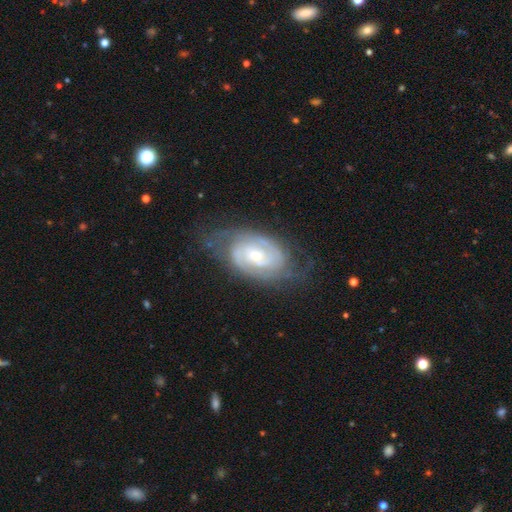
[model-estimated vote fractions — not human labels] A featured or disk galaxy (87%) with no bar (53%), 2 (60%) tight (64%) spiral arms (96%) and a small central bulge (58%).

Vote fractions:
- Smooth or featured? featured or disk: 87% / smooth: 8% / star or artifact: 5%
- Edge-on disk? no: 96% / yes: 4%
- Bar? no: 53% / weak: 37% / strong: 10%
- Spiral arms? yes: 96% / no: 4%
- Spiral winding? tight: 64% / medium: 29% / loose: 6%
- Spiral arm count? 2: 60% / can't tell: 19% / 3: 12% / 4: 4% / 1: 3% / more than 4: 3%
- Bulge size? small: 58% / moderate: 38% / large: 2% / none: 1% / dominant: 1%
- Merging? none: 67% / minor disturbance: 21% / major disturbance: 10% / merger: 1%